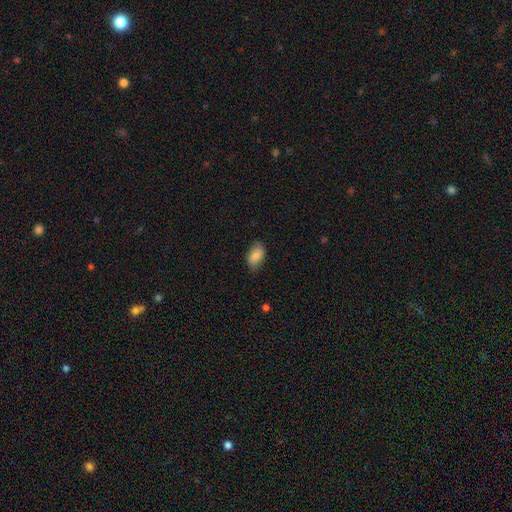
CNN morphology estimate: smooth_or_featured: smooth (p=0.84) [alt: featured or disk p=0.08]
how_rounded: in between (p=0.91) [alt: round p=0.07]
merging: none (p=0.76) [alt: minor disturbance p=0.19]